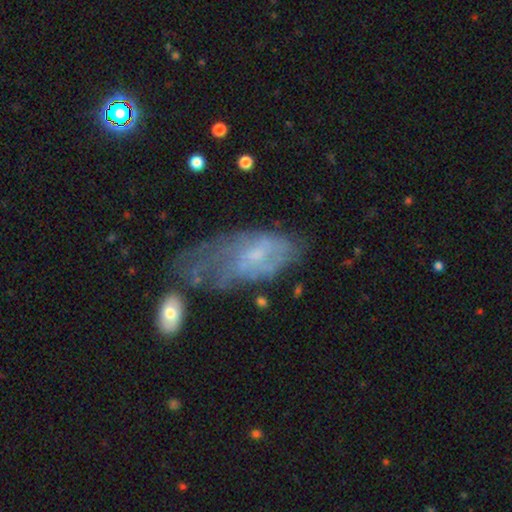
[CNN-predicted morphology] This appears to be a featured or disk galaxy (59%) with no bar (61%), spiral arms (56%) and a small central bulge (58%). Merging: none (34%).